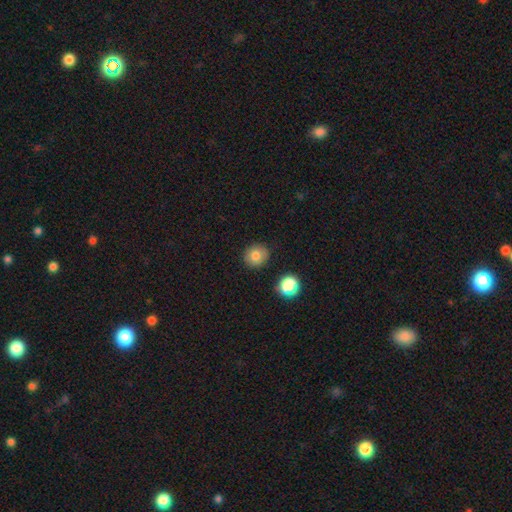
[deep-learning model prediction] This appears to be a smooth galaxy with no disk features (80%) that is round (87%). Merging: none (88%).